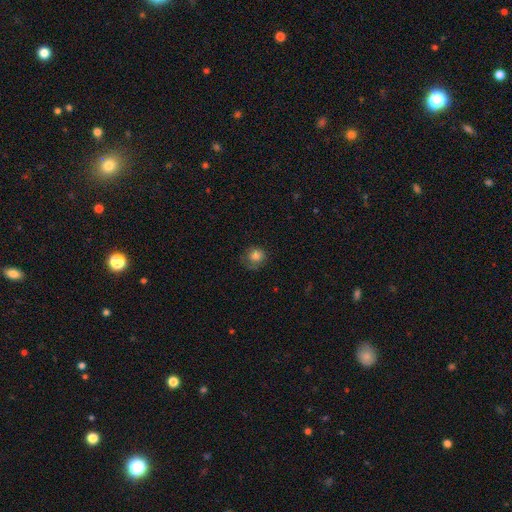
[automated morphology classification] A smooth galaxy with no disk features (80%) that is round (83%).

Vote fractions:
- Smooth or featured? smooth: 80% / star or artifact: 11% / featured or disk: 10%
- How rounded? round: 83% / in between: 16% / cigar-shaped: 1%
- Merging? none: 65% / minor disturbance: 23% / major disturbance: 11% / merger: 1%